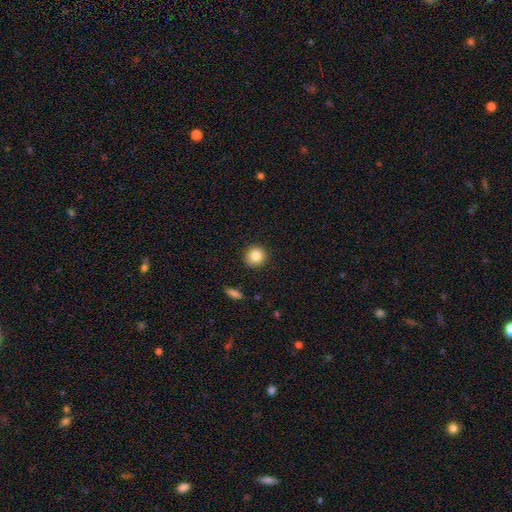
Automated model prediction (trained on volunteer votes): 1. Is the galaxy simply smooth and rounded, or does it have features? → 84% smooth, 9% star or artifact, 6% featured or disk.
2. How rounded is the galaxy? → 92% round, 7% in between, 1% cigar-shaped.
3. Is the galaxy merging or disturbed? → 90% none, 6% minor disturbance, 2% major disturbance, 1% merger.